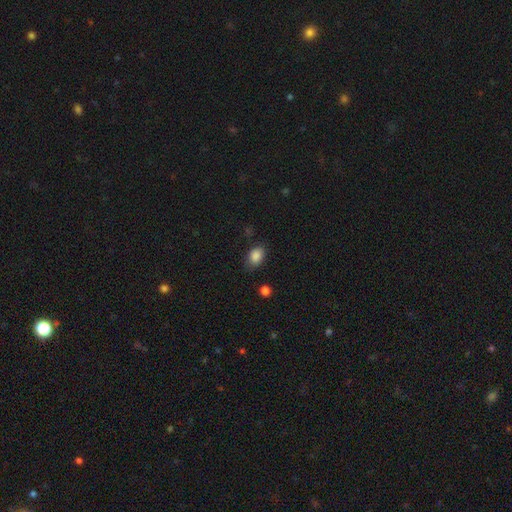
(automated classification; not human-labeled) Smooth or featured? Predicted: smooth (p=0.87). How rounded? Predicted: in between (p=0.81). Merging? Predicted: none (p=0.76).